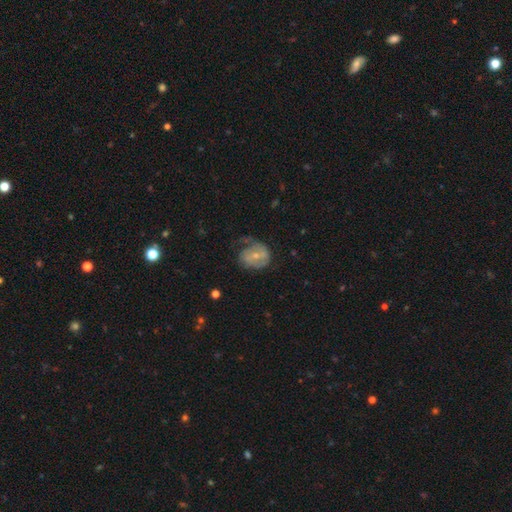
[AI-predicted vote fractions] featured or disk 62%, smooth 31%, star or artifact 7%. Down the decision tree: edge-on disk — no (97%); bar — no (47%); spiral arms — yes (74%); bulge size — small (58%); merging — none (44%).